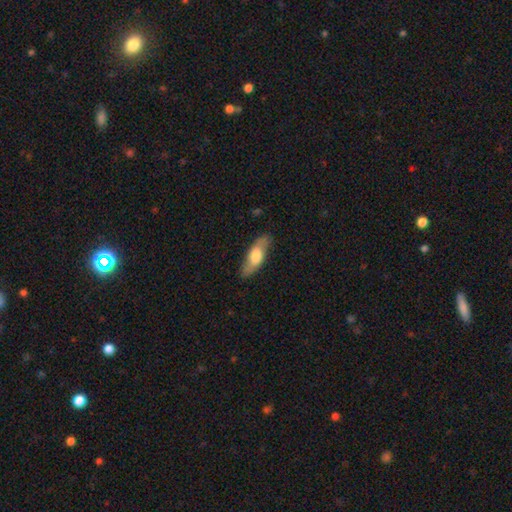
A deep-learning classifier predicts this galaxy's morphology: Q: Smooth or featured?
A: smooth (60%); runner-up: featured or disk (35%)
Q: How rounded?
A: in between (61%); runner-up: cigar-shaped (37%)
Q: Merging?
A: none (82%); runner-up: minor disturbance (14%)